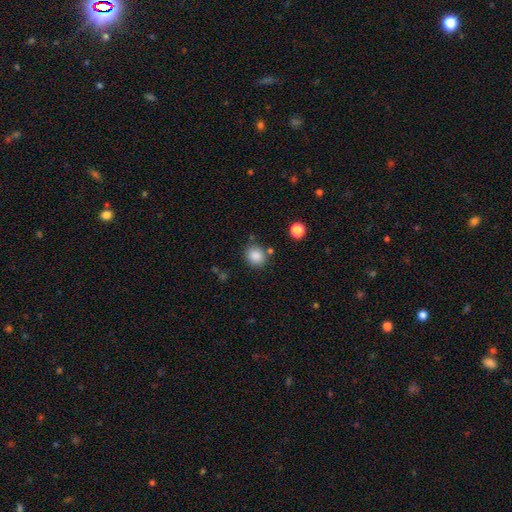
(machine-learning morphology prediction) Overall: smooth (86%). How rounded: round (79%). Merging: none (79%).